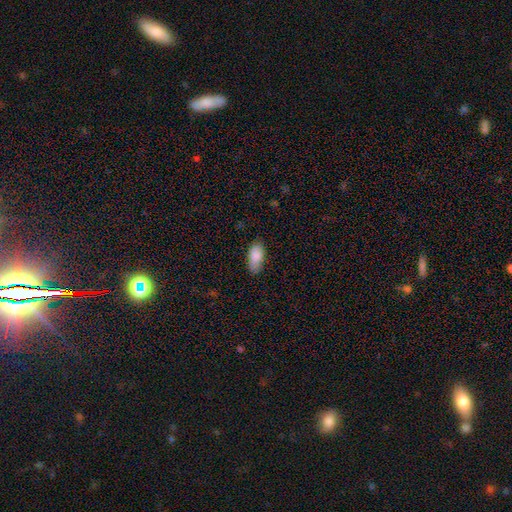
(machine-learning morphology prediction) Smooth or featured?
  - smooth: 86% *
  - featured or disk: 7%
  - star or artifact: 7%
How rounded?
  - in between: 90% *
  - cigar-shaped: 7%
  - round: 2%
Merging?
  - none: 74% *
  - minor disturbance: 21%
  - major disturbance: 4%
  - merger: 1%